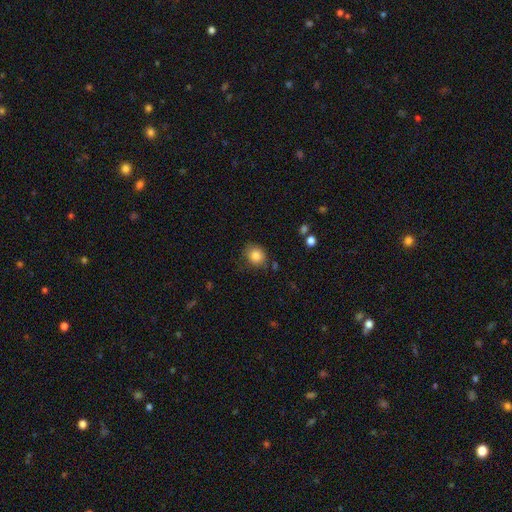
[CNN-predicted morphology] This is clearly a smooth galaxy (84%). How rounded: likely round (79%). Merging: likely none (78%).